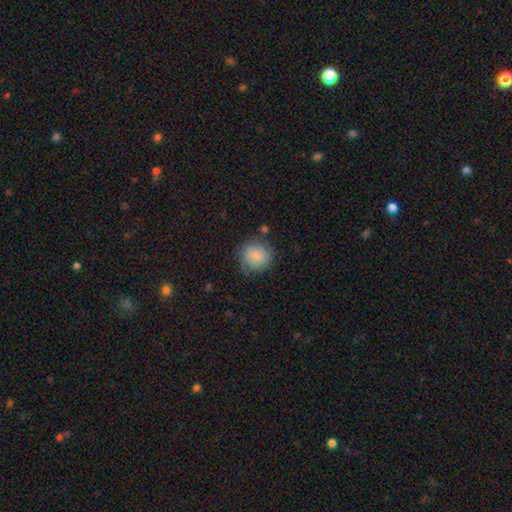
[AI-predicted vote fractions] The model was most divided on "merging": none: 69%, minor disturbance: 21%, major disturbance: 6%, merger: 3%. More confident: how rounded — round (87%); smooth or featured — smooth (84%).